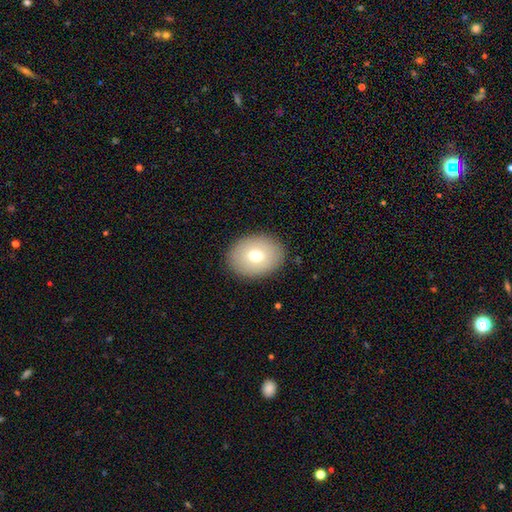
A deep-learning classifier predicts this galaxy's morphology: Overall: smooth (72%). How rounded: in between (62%; round 37%). Merging: none (89%).